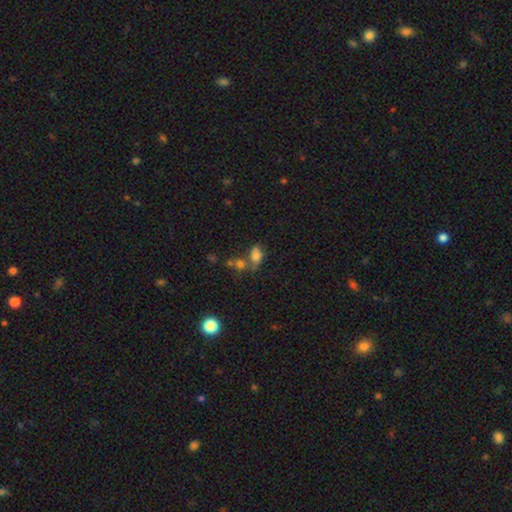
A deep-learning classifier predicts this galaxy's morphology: Smooth or featured?
  - smooth: 67% *
  - featured or disk: 18%
  - star or artifact: 15%
How rounded?
  - in between: 80% *
  - round: 16%
  - cigar-shaped: 4%
Merging?
  - merger: 38% *
  - none: 32%
  - minor disturbance: 17%
  - major disturbance: 13%